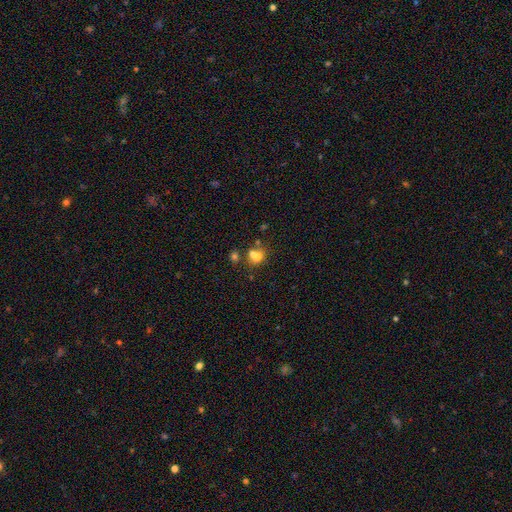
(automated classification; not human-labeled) smooth_or_featured: smooth (p=0.65) [alt: featured or disk p=0.19]
how_rounded: round (p=0.70) [alt: in between p=0.29]
merging: merger (p=0.54) [alt: none p=0.34]